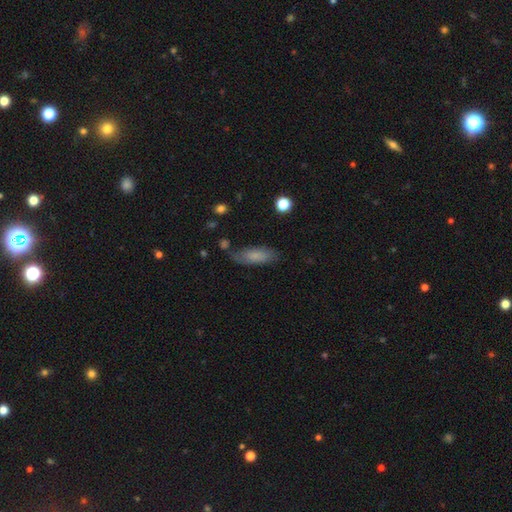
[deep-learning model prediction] This appears to be a smooth galaxy with no disk features (75%) that is in between round and cigar-shaped (64%). Merging: none (72%).